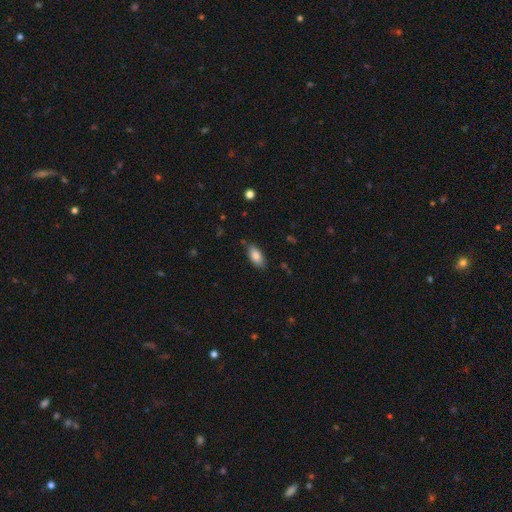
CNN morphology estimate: type=smooth (84%); roundness=in between (90%); merging=none (82%).